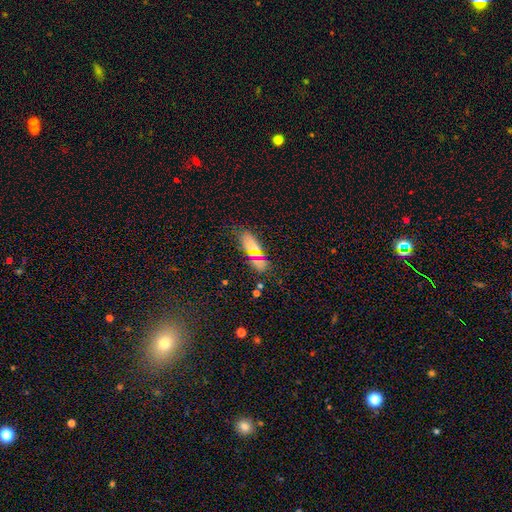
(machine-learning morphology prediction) type=smooth (66%); roundness=in between (77%); merging=none (81%).